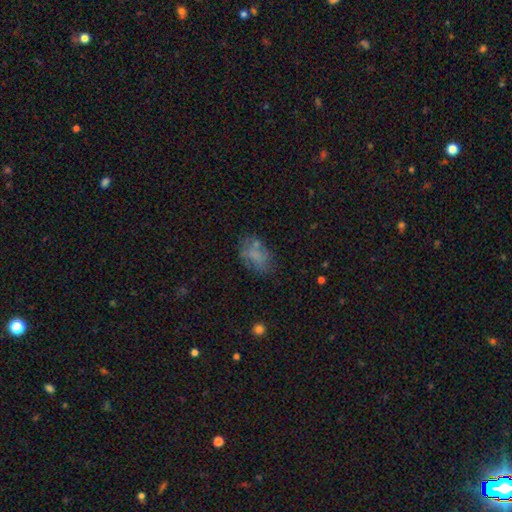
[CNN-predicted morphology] smooth 57%, featured or disk 29%, star or artifact 14%. Down the decision tree: how rounded — in between (84%); merging — none (54%).